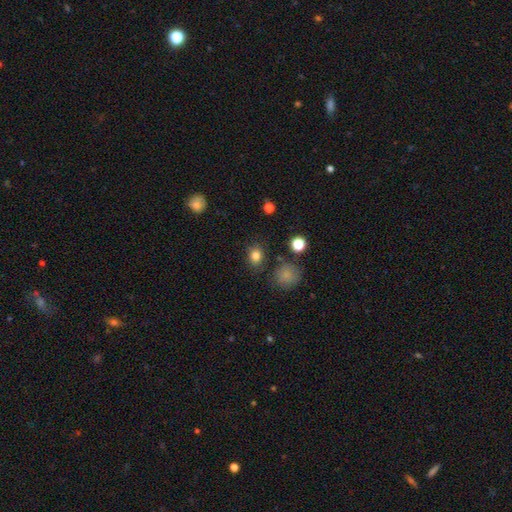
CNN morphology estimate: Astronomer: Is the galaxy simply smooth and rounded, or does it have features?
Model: smooth — 80%.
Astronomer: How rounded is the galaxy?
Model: round — 58% (runner-up: in between, 40%).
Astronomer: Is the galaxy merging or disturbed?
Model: none — 82%.